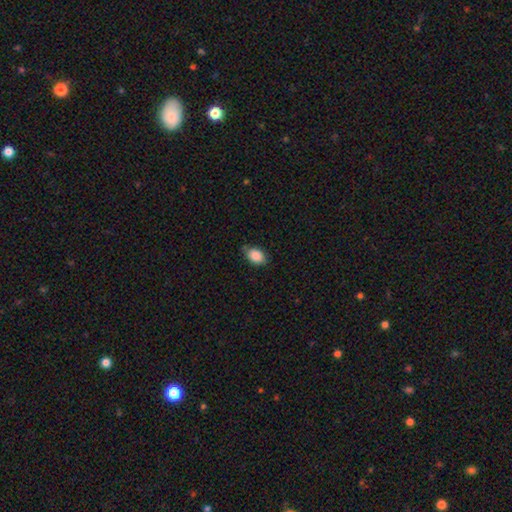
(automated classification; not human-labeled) Overall: smooth (88%). How rounded: in between (84%). Merging: none (73%).